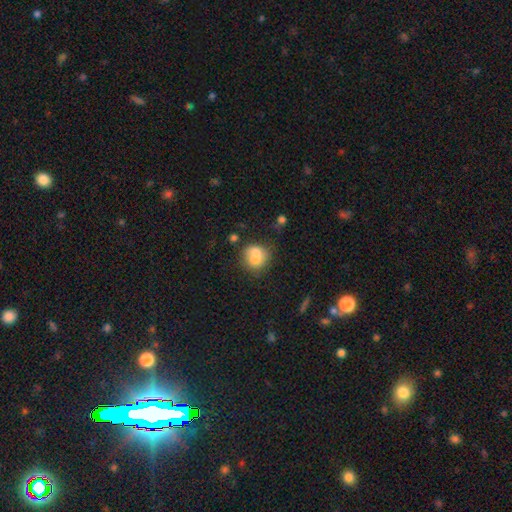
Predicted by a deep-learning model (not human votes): Smooth or featured: smooth — 71% (featured or disk — 19%)
How rounded: round — 71% (in between — 28%)
Merging: none — 40% (tied with merger — 40%)